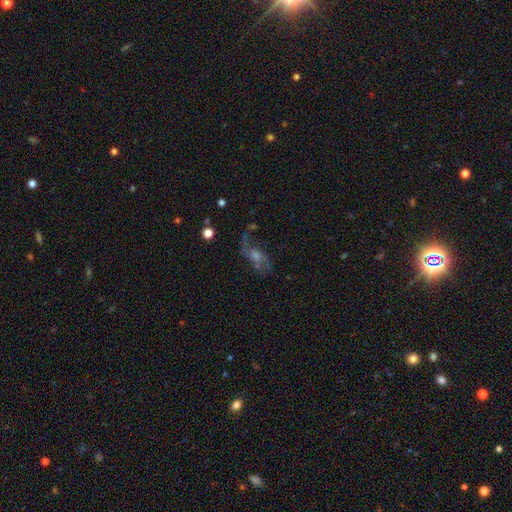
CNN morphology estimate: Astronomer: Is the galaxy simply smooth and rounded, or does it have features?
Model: featured or disk — 69%.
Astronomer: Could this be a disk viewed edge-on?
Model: no — 92%.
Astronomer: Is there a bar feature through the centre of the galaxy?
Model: no — 63%.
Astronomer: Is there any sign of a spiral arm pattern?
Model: yes — 84%.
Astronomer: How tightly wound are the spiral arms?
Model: loose — 73%.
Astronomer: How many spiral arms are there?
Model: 2 — 74%.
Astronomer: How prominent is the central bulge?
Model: moderate — 49% (runner-up: small, 31%).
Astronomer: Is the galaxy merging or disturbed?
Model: none — 55%.